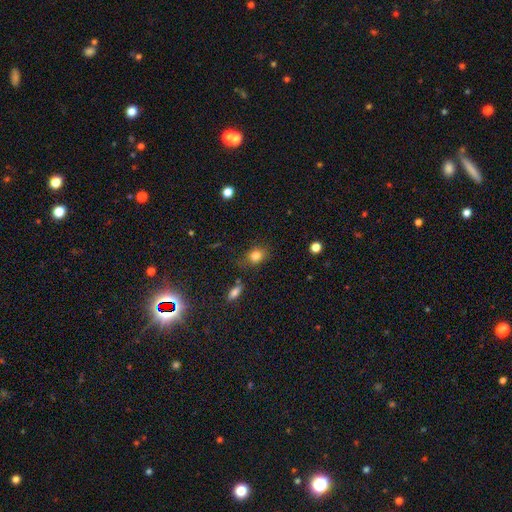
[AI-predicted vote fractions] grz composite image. It shows a smooth galaxy with no disk features (83%) that is round (53%). Merging: none (74%).